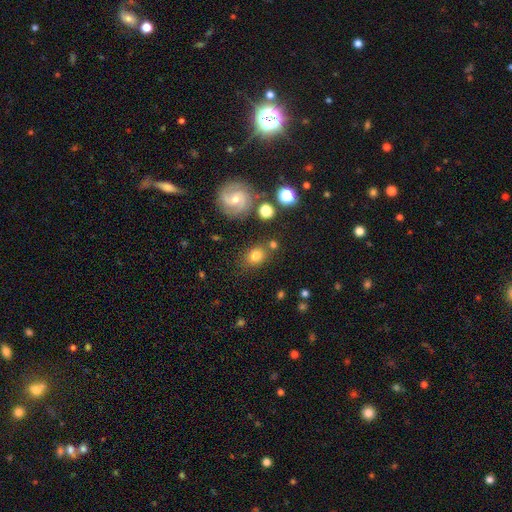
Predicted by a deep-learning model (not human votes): smooth_or_featured: smooth (p=0.71) [alt: featured or disk p=0.18]
how_rounded: round (p=0.52) [alt: in between p=0.46]
merging: none (p=0.74) [alt: minor disturbance p=0.13]